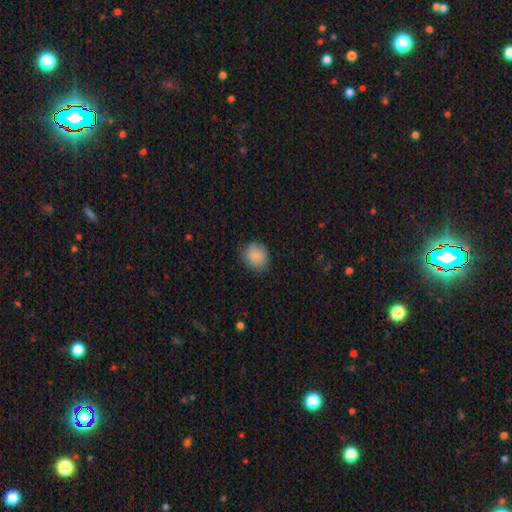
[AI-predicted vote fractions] smooth_or_featured: smooth (p=0.88) [alt: star or artifact p=0.08]
how_rounded: round (p=0.74) [alt: in between p=0.25]
merging: none (p=0.82) [alt: minor disturbance p=0.14]